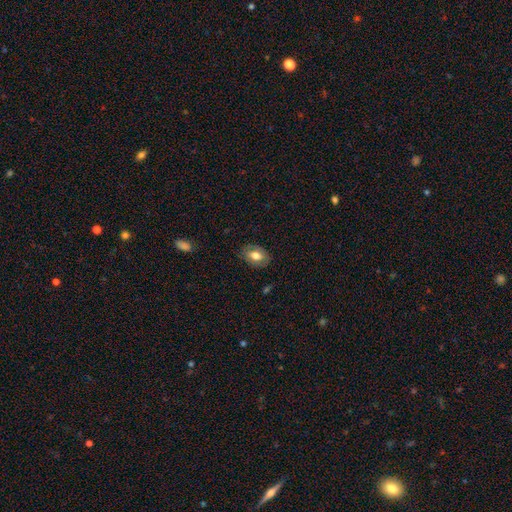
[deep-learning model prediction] This is likely a smooth galaxy (63%). How rounded: clearly in between (85%). Merging: clearly none (80%).